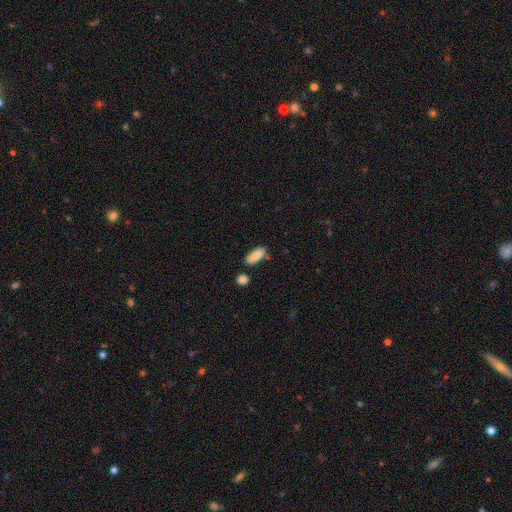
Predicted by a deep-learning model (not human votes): Smooth or featured? Predicted: smooth (p=0.87). How rounded? Predicted: in between (p=0.81). Merging? Predicted: none (p=0.75).